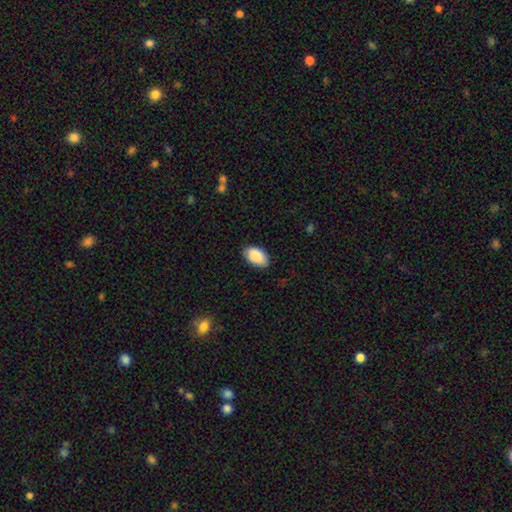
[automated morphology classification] Smooth or featured?
  - smooth: 90% *
  - star or artifact: 6%
  - featured or disk: 4%
How rounded?
  - in between: 95% *
  - round: 4%
  - cigar-shaped: 1%
Merging?
  - none: 83% *
  - minor disturbance: 13%
  - major disturbance: 2%
  - merger: 1%